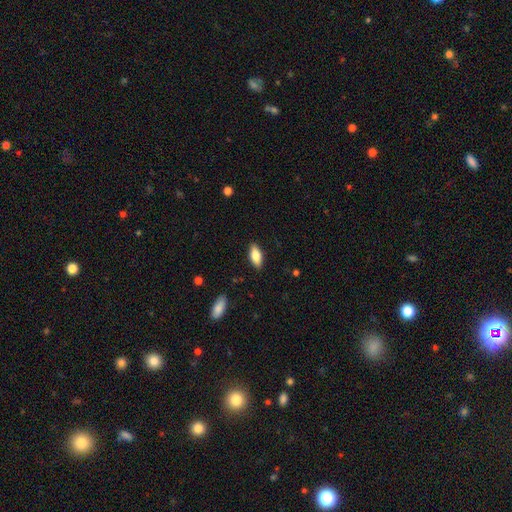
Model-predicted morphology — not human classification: Q: Smooth or featured?
A: smooth (76%); runner-up: featured or disk (18%)
Q: How rounded?
A: in between (81%); runner-up: cigar-shaped (17%)
Q: Merging?
A: none (88%); runner-up: minor disturbance (9%)